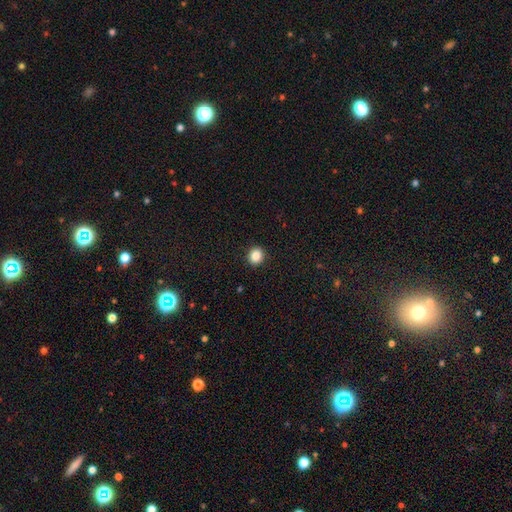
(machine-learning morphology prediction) Smooth or featured?
  - smooth: 86% *
  - star or artifact: 10%
  - featured or disk: 4%
How rounded?
  - round: 81% *
  - in between: 18%
  - cigar-shaped: 1%
Merging?
  - none: 92% *
  - minor disturbance: 6%
  - major disturbance: 2%
  - merger: 1%